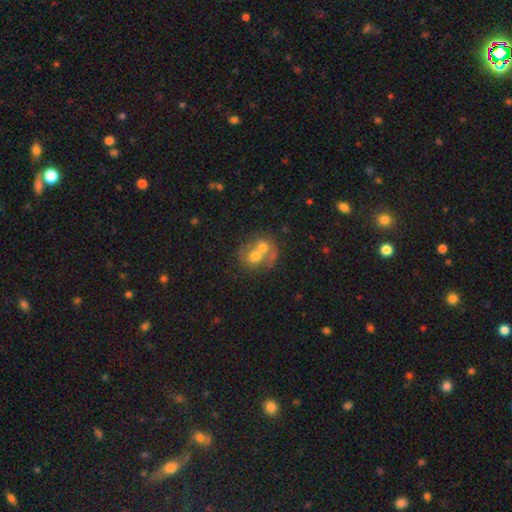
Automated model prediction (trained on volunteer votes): smooth_or_featured: smooth (p=0.47) [alt: featured or disk p=0.43]
merging: merger (p=0.65) [alt: none p=0.22]